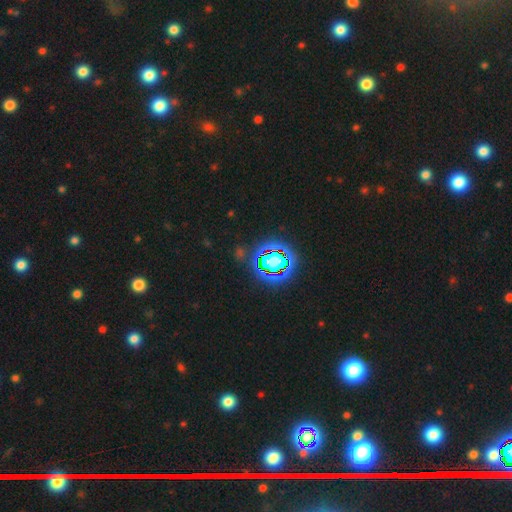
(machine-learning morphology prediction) Q: Smooth or featured?
A: star or artifact (82%); runner-up: smooth (11%)